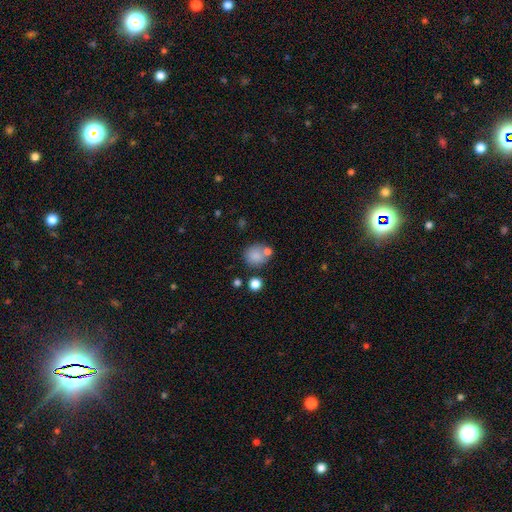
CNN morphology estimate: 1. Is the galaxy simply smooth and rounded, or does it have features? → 82% smooth, 10% star or artifact, 8% featured or disk.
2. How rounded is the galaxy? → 80% round, 19% in between, 1% cigar-shaped.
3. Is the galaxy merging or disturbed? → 60% none, 20% merger, 14% minor disturbance, 6% major disturbance.